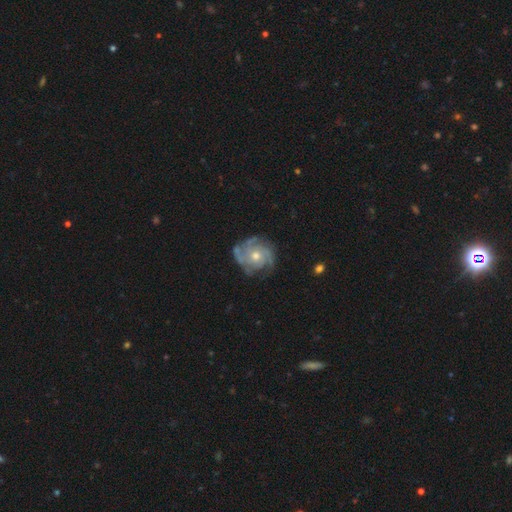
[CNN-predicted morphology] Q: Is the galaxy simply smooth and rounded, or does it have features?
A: featured or disk — 86%.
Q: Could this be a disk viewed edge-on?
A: no — 98%.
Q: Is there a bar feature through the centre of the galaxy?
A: no — 80%.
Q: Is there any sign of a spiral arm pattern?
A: yes — 96%.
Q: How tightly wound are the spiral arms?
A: tight — 59%.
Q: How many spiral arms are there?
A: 3 — 36%.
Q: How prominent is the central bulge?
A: moderate — 58%.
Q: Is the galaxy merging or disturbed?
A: none — 75%.